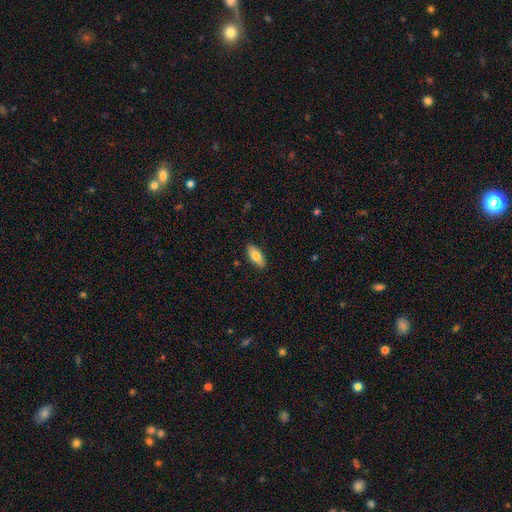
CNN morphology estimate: A smooth galaxy with no disk features (78%) that is in between round and cigar-shaped (83%). Merging: none (88%).